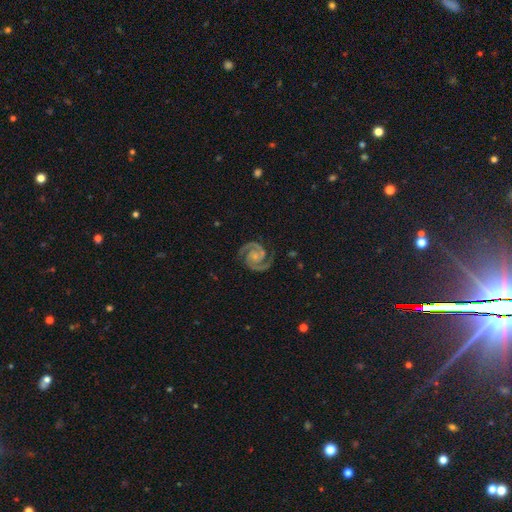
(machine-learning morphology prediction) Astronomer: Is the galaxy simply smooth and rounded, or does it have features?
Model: featured or disk — 93%.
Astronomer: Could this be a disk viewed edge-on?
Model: no — 98%.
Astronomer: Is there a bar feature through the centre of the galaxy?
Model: no — 68%.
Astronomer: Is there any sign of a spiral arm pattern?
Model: yes — 99%.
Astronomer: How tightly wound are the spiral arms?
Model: tight — 52% (runner-up: medium, 43%).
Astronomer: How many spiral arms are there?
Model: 2 — 94%.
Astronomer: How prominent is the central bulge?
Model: small — 55%.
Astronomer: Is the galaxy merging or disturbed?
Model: none — 84%.